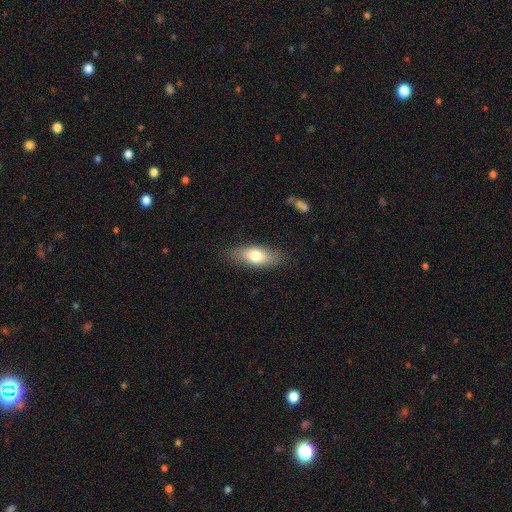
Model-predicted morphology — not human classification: Q: Smooth or featured?
A: smooth (73%); runner-up: featured or disk (21%)
Q: How rounded?
A: in between (77%); runner-up: cigar-shaped (19%)
Q: Merging?
A: none (83%); runner-up: minor disturbance (13%)